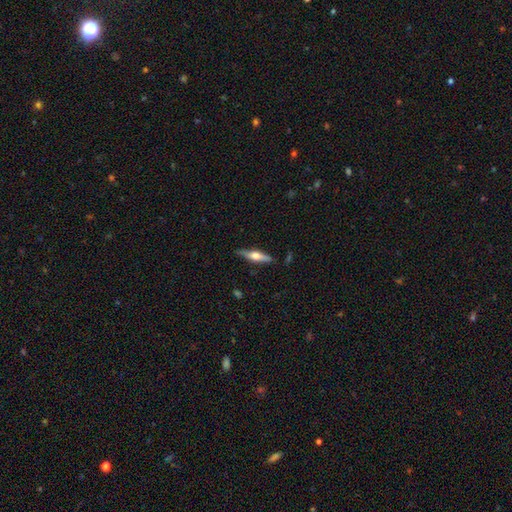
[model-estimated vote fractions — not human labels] Q: Smooth or featured?
A: featured or disk (61%); runner-up: smooth (33%)
Q: Edge-on disk?
A: yes (96%); runner-up: no (4%)
Q: Edge-on bulge?
A: rounded (91%); runner-up: boxy (7%)
Q: Merging?
A: none (85%); runner-up: minor disturbance (11%)